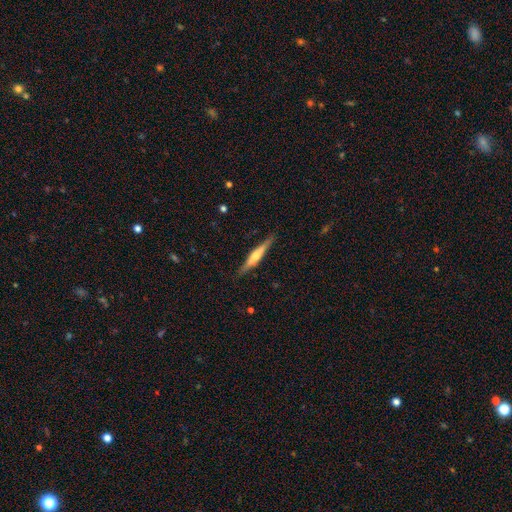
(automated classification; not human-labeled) Smooth or featured: featured or disk — 64% (smooth — 30%)
Edge-on disk: yes — 97% (no — 3%)
Edge-on bulge: rounded — 85% (none — 8%)
Merging: none — 88% (minor disturbance — 9%)